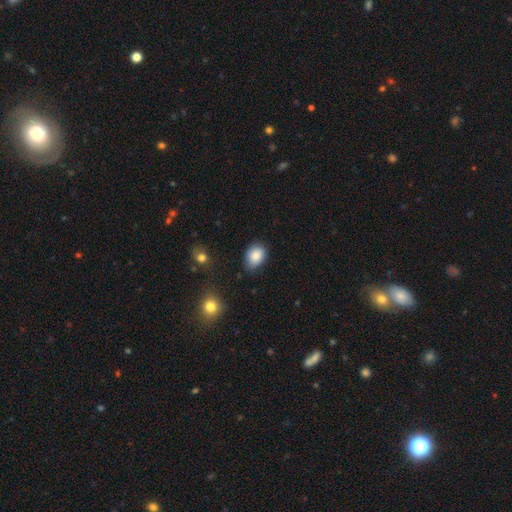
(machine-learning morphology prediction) Smooth or featured? Predicted: smooth (p=0.86). How rounded? Predicted: in between (p=0.73). Merging? Predicted: none (p=0.72).